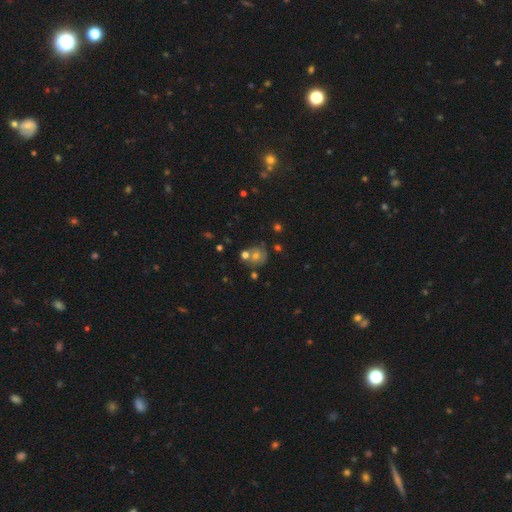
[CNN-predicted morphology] This is possibly a smooth galaxy (49%). Merging: possibly none (54%).